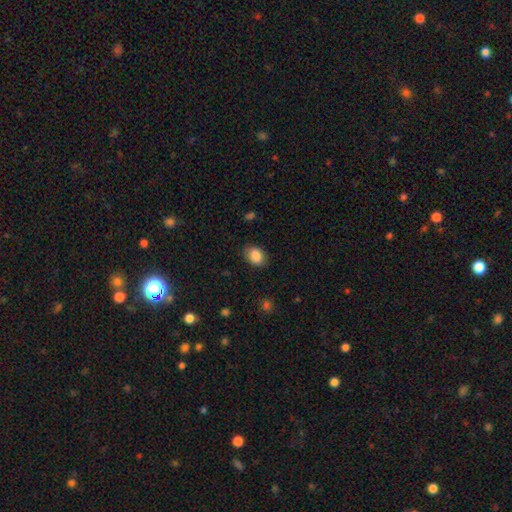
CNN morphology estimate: Overall: smooth (86%). How rounded: in between (76%). Merging: none (82%).